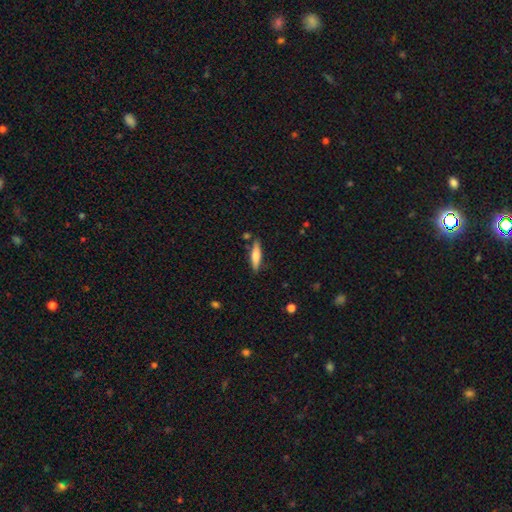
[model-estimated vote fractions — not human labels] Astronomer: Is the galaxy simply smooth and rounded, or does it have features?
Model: smooth — 65%.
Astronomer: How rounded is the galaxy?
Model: cigar-shaped — 72%.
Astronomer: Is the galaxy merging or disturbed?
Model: none — 82%.